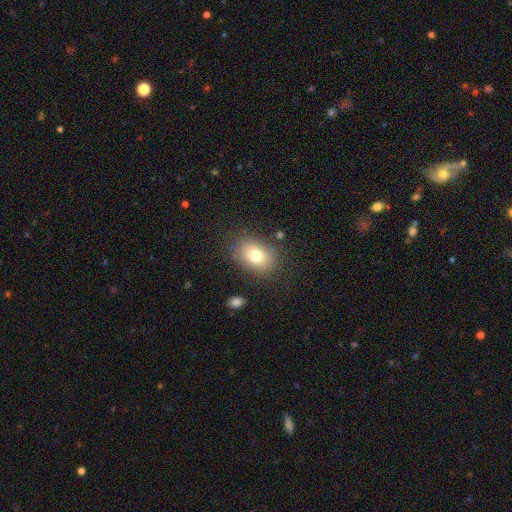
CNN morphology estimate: A smooth galaxy with no disk features (78%) that is in between round and cigar-shaped (68%). Merging: none (81%).